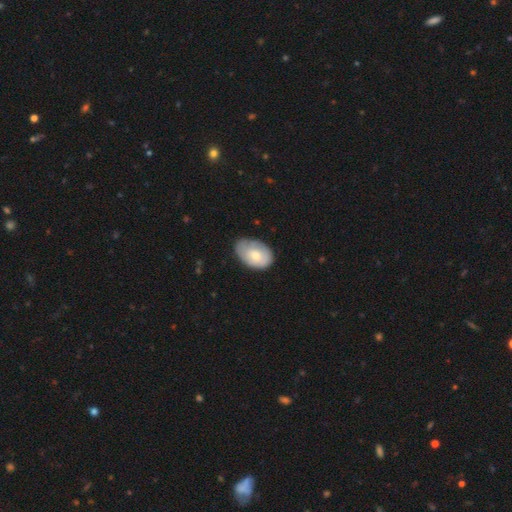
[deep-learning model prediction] A smooth galaxy with no disk features (68%) that is in between round and cigar-shaped (88%). Merging: none (58%).